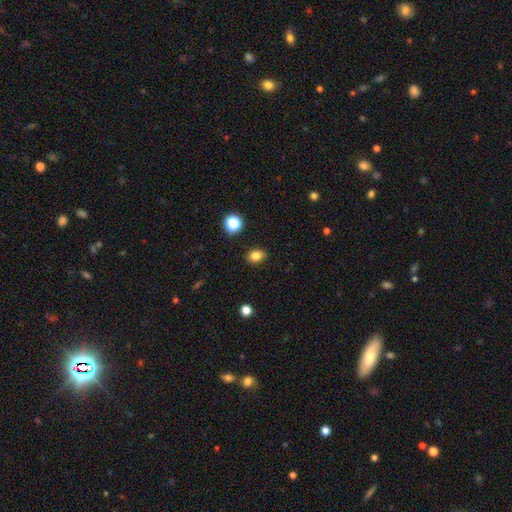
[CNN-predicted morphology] A smooth galaxy with no disk features (82%) that is in between round and cigar-shaped (68%). Merging: none (88%).